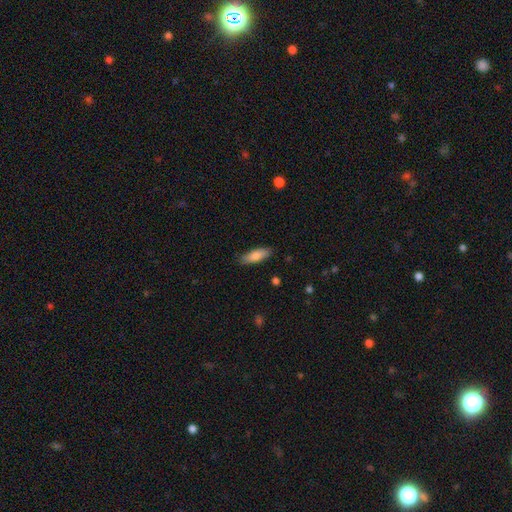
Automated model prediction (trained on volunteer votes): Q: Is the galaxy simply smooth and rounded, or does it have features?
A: smooth — 80%.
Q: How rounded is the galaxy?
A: in between — 61%.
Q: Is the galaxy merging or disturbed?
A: none — 86%.